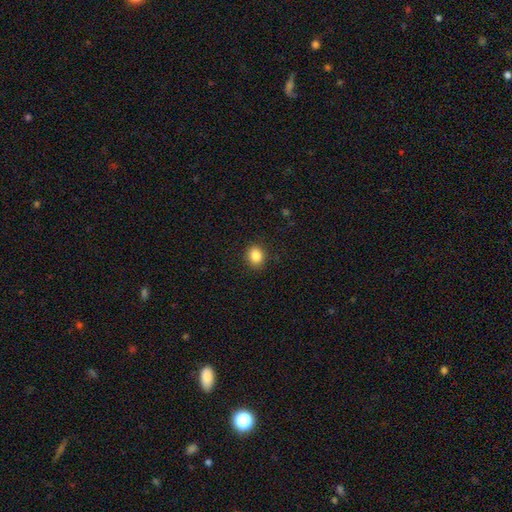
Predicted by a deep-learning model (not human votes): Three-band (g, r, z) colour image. It shows a smooth galaxy with no disk features (85%) that is round (69%). Merging: none (91%).